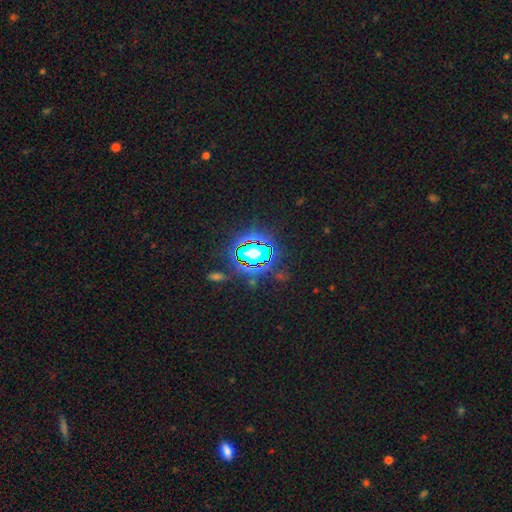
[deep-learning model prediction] A star or artifact, not a galaxy (71%).

Vote fractions:
- Smooth or featured? star or artifact: 71% / smooth: 18% / featured or disk: 12%